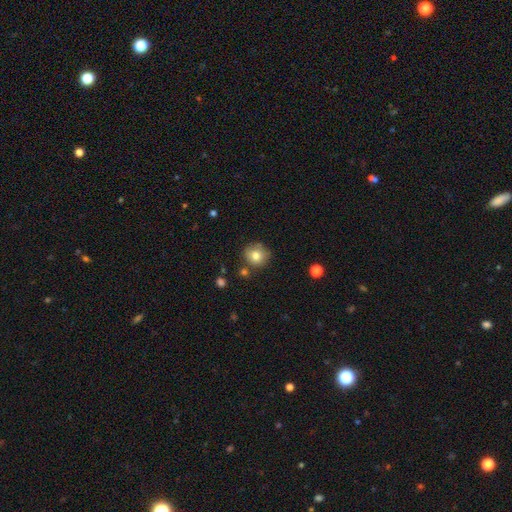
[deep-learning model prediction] Morphology: type=smooth (79%); roundness=round (90%); merging=none (77%).